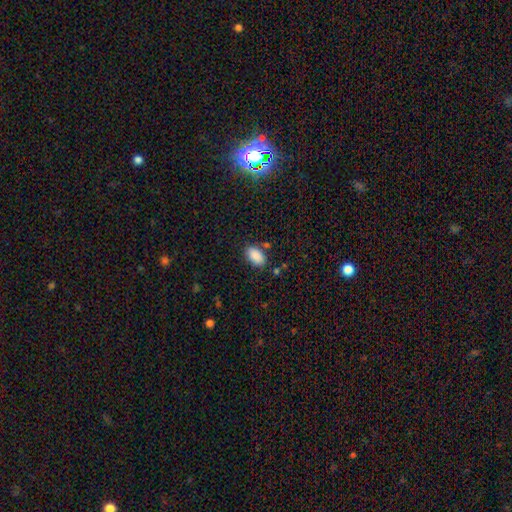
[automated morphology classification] smooth 89%, star or artifact 7%, featured or disk 4%. Down the decision tree: how rounded — in between (93%); merging — none (81%).